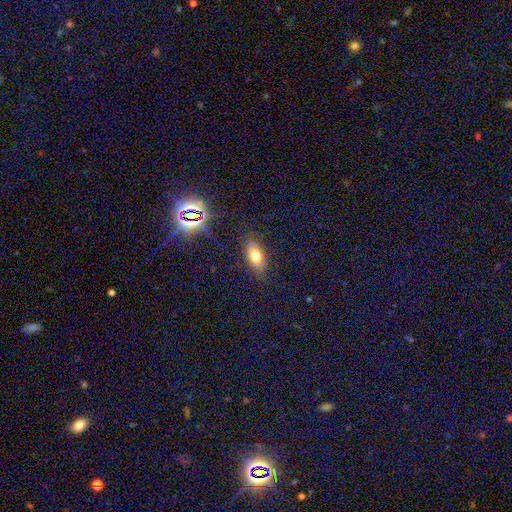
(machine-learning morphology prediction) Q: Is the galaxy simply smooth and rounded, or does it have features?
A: smooth — 70%.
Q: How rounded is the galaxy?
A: in between — 83%.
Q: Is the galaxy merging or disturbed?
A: none — 84%.